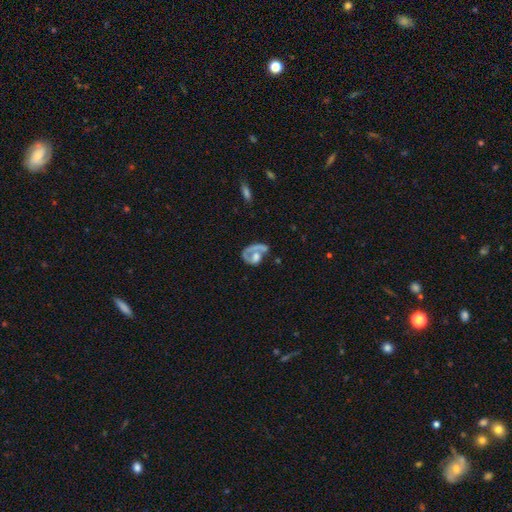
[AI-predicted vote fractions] A featured or disk galaxy (64%) with no bar (83%), spiral arms (57%) and a moderate central bulge (44%).

Vote fractions:
- Smooth or featured? featured or disk: 64% / smooth: 28% / star or artifact: 8%
- Edge-on disk? no: 97% / yes: 3%
- Bar? no: 83% / weak: 13% / strong: 4%
- Spiral arms? yes: 57% / no: 43%
- Bulge size? moderate: 44% / large: 19% / small: 17% / none: 16% / dominant: 4%
- Merging? none: 34% / major disturbance: 31% / merger: 19% / minor disturbance: 15%